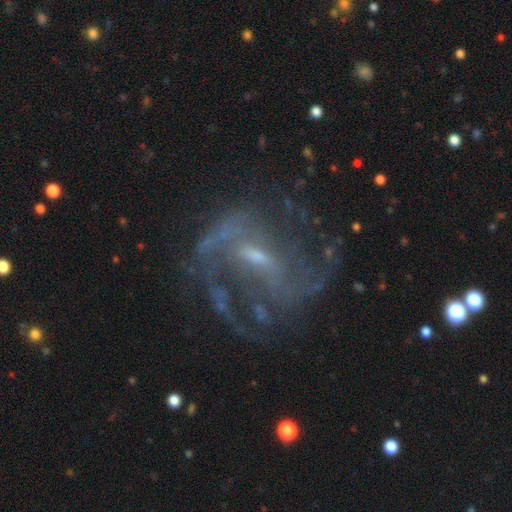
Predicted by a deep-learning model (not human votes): A featured or disk galaxy (85%) with a weak bar (53%), 2 (52%) medium (47%) spiral arms (89%) and a small central bulge (57%).

Vote fractions:
- Smooth or featured? featured or disk: 85% / star or artifact: 9% / smooth: 6%
- Edge-on disk? no: 97% / yes: 3%
- Bar? weak: 53% / strong: 27% / no: 20%
- Spiral arms? yes: 89% / no: 11%
- Spiral winding? medium: 47% / loose: 33% / tight: 20%
- Spiral arm count? 2: 52% / can't tell: 20% / 3: 12% / 4: 6% / 1: 5% / more than 4: 4%
- Bulge size? small: 57% / moderate: 30% / none: 10% / large: 2% / dominant: 1%
- Merging? none: 59% / major disturbance: 21% / minor disturbance: 18% / merger: 3%